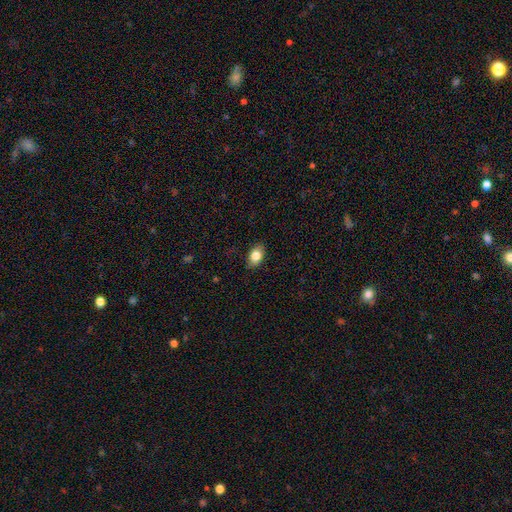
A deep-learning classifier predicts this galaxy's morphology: The model was most divided on "smooth or featured": smooth: 81%, featured or disk: 11%, star or artifact: 8%. More confident: merging — none (85%); how rounded — in between (85%).